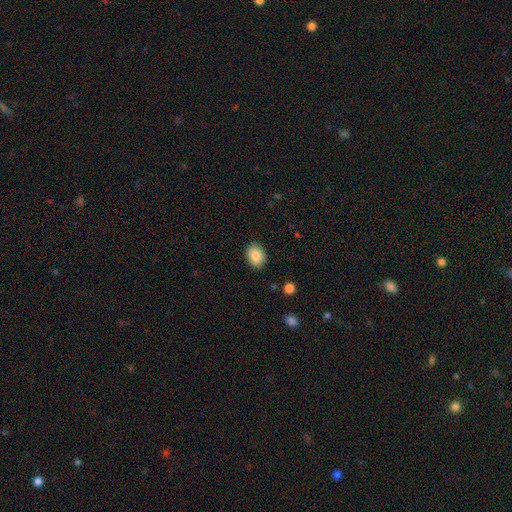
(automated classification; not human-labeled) smooth-or-featured: smooth: 86% | star or artifact: 8% | featured or disk: 6%
  how-rounded: in between: 66% | round: 33% | cigar-shaped: 1%
  merging: none: 86% | minor disturbance: 11% | major disturbance: 2% | merger: 1%